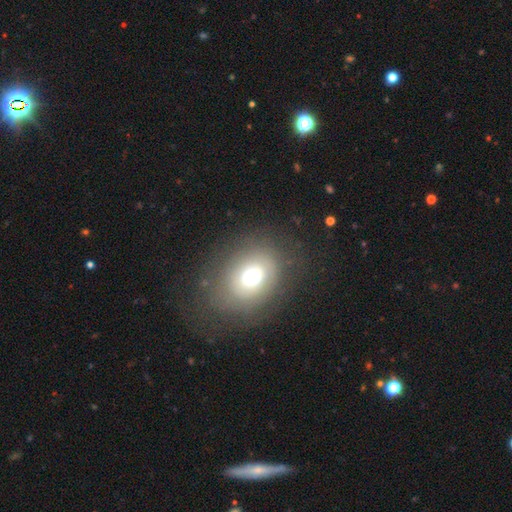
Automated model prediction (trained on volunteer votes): smooth 61%, featured or disk 25%, star or artifact 14%. Down the decision tree: how rounded — in between (54%); merging — none (72%).